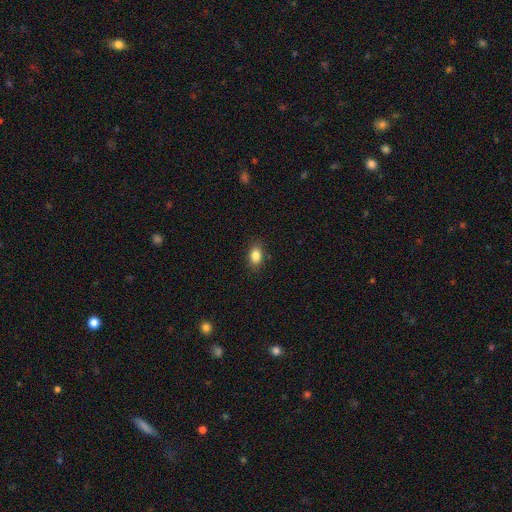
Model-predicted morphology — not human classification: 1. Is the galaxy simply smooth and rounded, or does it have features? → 85% smooth, 9% star or artifact, 6% featured or disk.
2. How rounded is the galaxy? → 80% in between, 18% round, 2% cigar-shaped.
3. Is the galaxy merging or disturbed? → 86% none, 11% minor disturbance, 3% major disturbance, 1% merger.